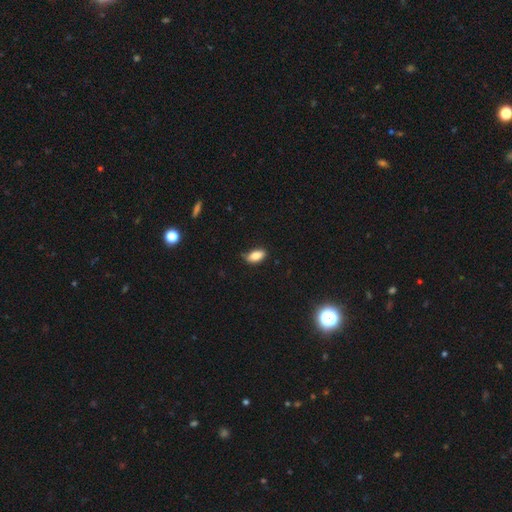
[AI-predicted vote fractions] Smooth or featured: smooth — 85% (star or artifact — 8%)
How rounded: in between — 90% (cigar-shaped — 6%)
Merging: none — 73% (minor disturbance — 22%)